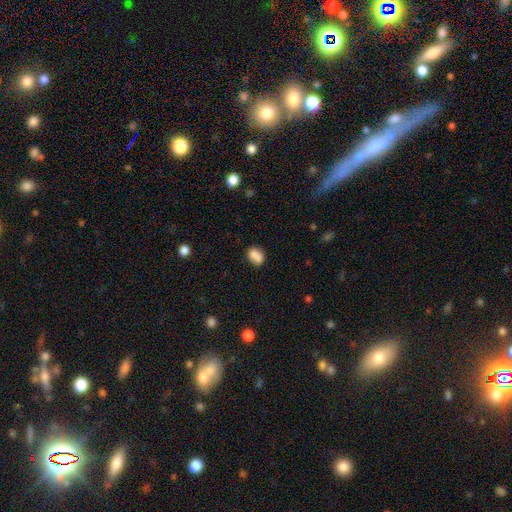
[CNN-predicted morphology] Smooth or featured?
  - smooth: 81% *
  - featured or disk: 10%
  - star or artifact: 9%
How rounded?
  - in between: 64% *
  - round: 35%
  - cigar-shaped: 1%
Merging?
  - none: 51% *
  - merger: 28%
  - minor disturbance: 16%
  - major disturbance: 5%